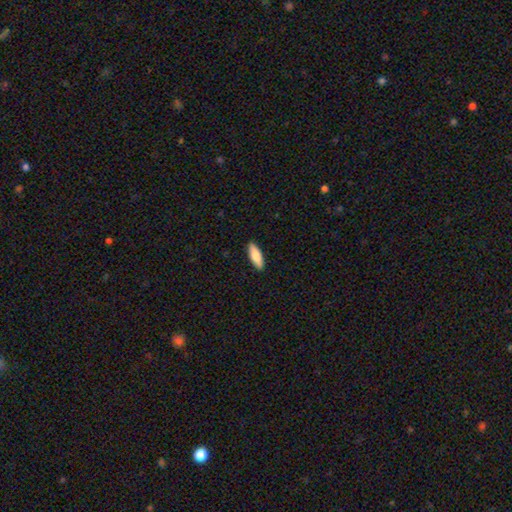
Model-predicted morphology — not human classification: smooth-or-featured: smooth: 81% | featured or disk: 14% | star or artifact: 5%
  how-rounded: in between: 59% | cigar-shaped: 39% | round: 2%
  merging: none: 90% | minor disturbance: 7% | major disturbance: 2% | merger: 1%